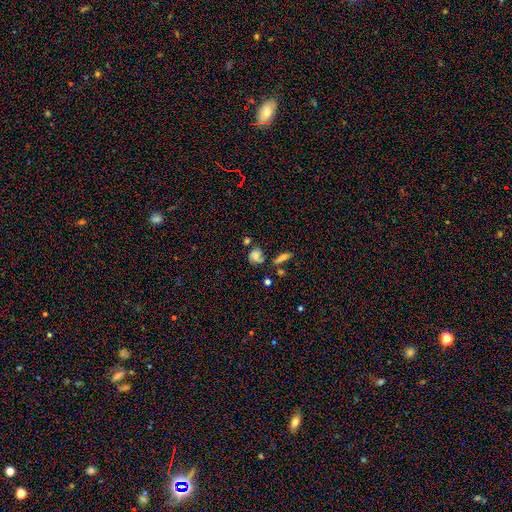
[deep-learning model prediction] smooth_or_featured: smooth (p=0.57) [alt: featured or disk p=0.29]
how_rounded: round (p=0.54) [alt: in between p=0.41]
merging: none (p=0.46) [alt: minor disturbance p=0.23]